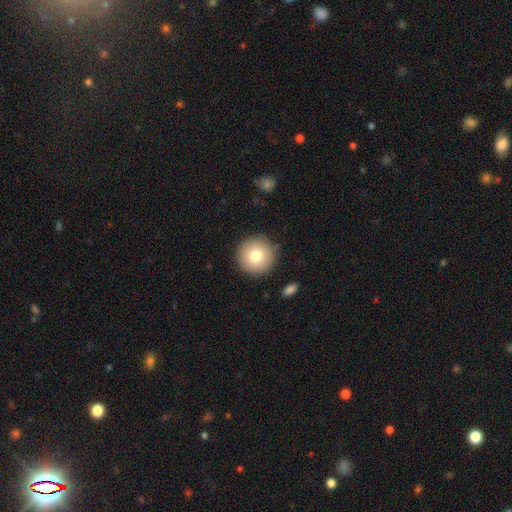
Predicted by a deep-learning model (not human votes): Smooth or featured?
  - smooth: 77% *
  - featured or disk: 13%
  - star or artifact: 10%
How rounded?
  - round: 96% *
  - in between: 3%
  - cigar-shaped: 1%
Merging?
  - none: 88% *
  - minor disturbance: 8%
  - major disturbance: 2%
  - merger: 2%